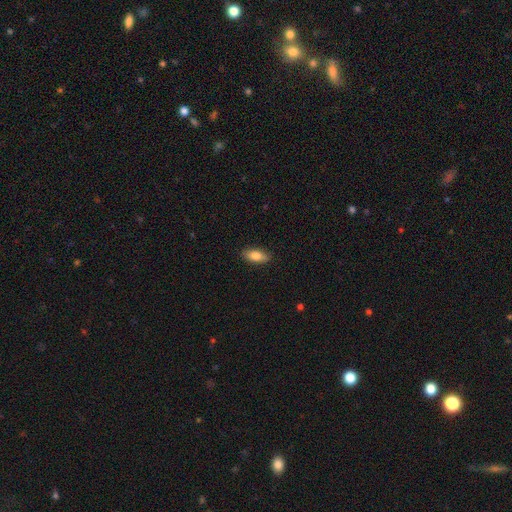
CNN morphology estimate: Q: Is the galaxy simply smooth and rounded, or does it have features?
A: smooth — 83%.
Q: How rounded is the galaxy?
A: in between — 83%.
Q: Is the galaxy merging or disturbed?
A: none — 88%.